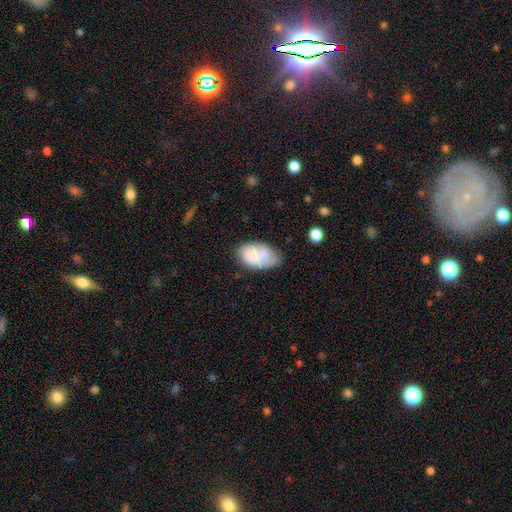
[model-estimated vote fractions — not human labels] Smooth or featured?
  - smooth: 68% *
  - featured or disk: 24%
  - star or artifact: 7%
How rounded?
  - in between: 92% *
  - round: 7%
  - cigar-shaped: 1%
Merging?
  - none: 45% *
  - minor disturbance: 32%
  - major disturbance: 13%
  - merger: 10%